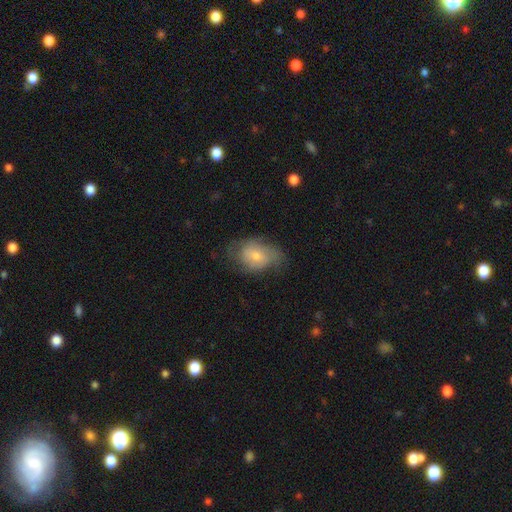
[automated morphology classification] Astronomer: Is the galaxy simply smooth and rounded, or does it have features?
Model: smooth — 57% (runner-up: featured or disk, 35%).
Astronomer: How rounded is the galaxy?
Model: in between — 74%.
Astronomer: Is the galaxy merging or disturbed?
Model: none — 52% (runner-up: minor disturbance, 31%).